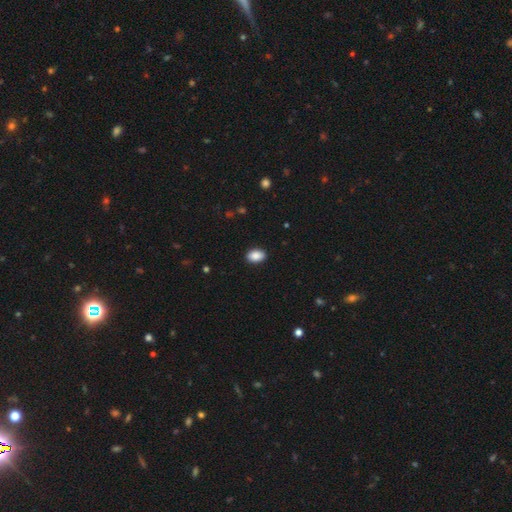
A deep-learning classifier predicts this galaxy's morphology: Smooth or featured: smooth — 89% (star or artifact — 7%)
How rounded: in between — 87% (round — 11%)
Merging: none — 90% (minor disturbance — 7%)